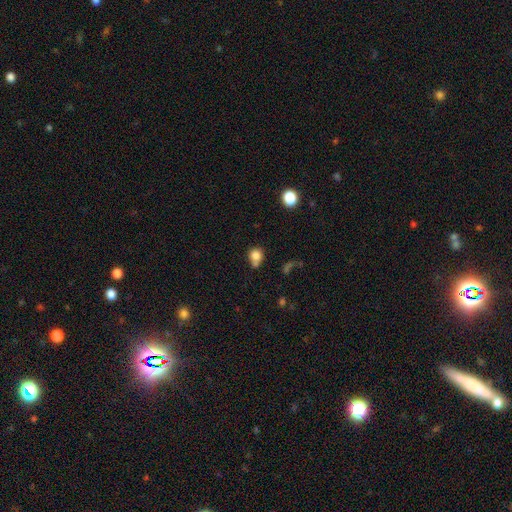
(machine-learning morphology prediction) A smooth galaxy with no disk features (80%) that is round (79%).

Vote fractions:
- Smooth or featured? smooth: 80% / star or artifact: 12% / featured or disk: 8%
- How rounded? round: 79% / in between: 19% / cigar-shaped: 1%
- Merging? none: 53% / merger: 20% / minor disturbance: 20% / major disturbance: 8%